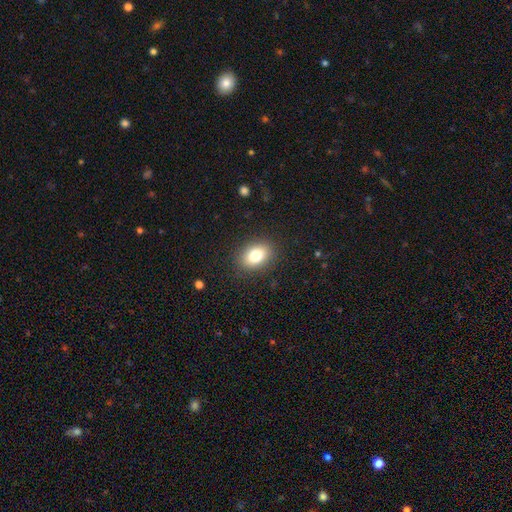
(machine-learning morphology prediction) smooth-or-featured: smooth: 80% | featured or disk: 11% | star or artifact: 10%
  how-rounded: in between: 73% | round: 25% | cigar-shaped: 1%
  merging: none: 87% | minor disturbance: 9% | major disturbance: 3% | merger: 1%